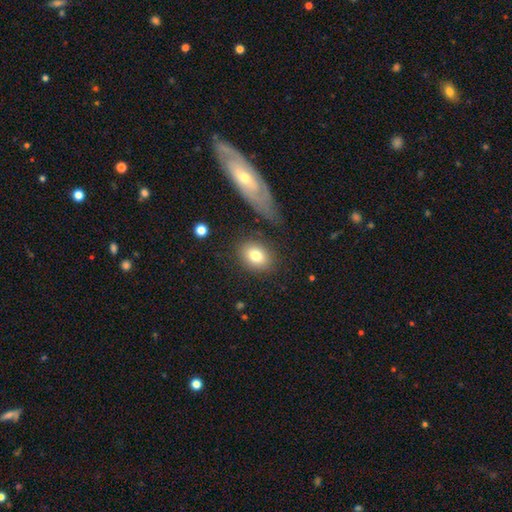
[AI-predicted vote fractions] A smooth galaxy with no disk features (80%) that is in between round and cigar-shaped (62%). Merging: none (80%).